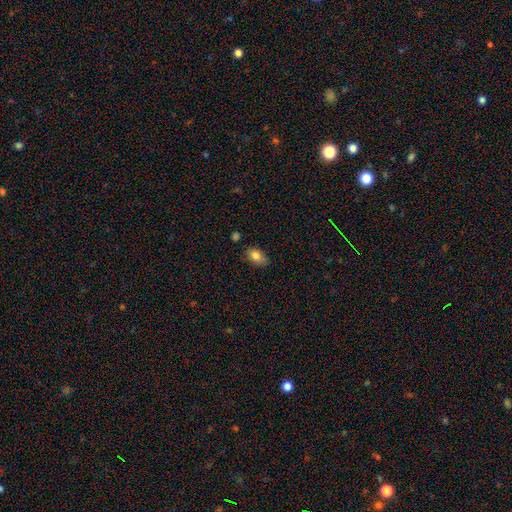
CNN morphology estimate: smooth-or-featured: smooth: 82% | featured or disk: 9% | star or artifact: 8%
  how-rounded: in between: 88% | round: 10% | cigar-shaped: 2%
  merging: none: 76% | minor disturbance: 18% | major disturbance: 3% | merger: 3%